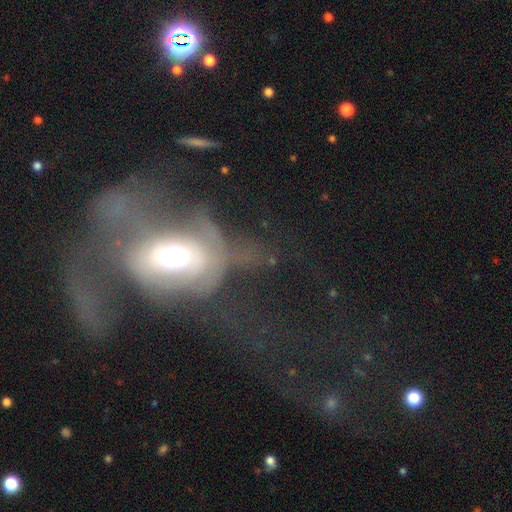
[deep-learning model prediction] A featured or disk galaxy (55%). Merging: major disturbance (67%).